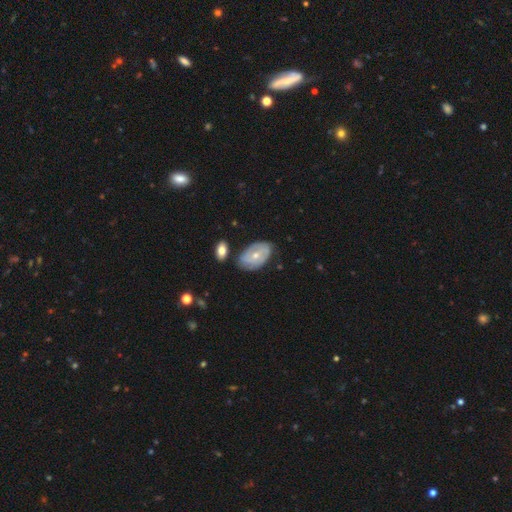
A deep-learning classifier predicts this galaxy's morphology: featured or disk 62%, smooth 31%, star or artifact 6%. Down the decision tree: edge-on disk — no (94%); bar — no (70%); spiral arms — yes (64%); bulge size — small (50%); merging — none (67%).